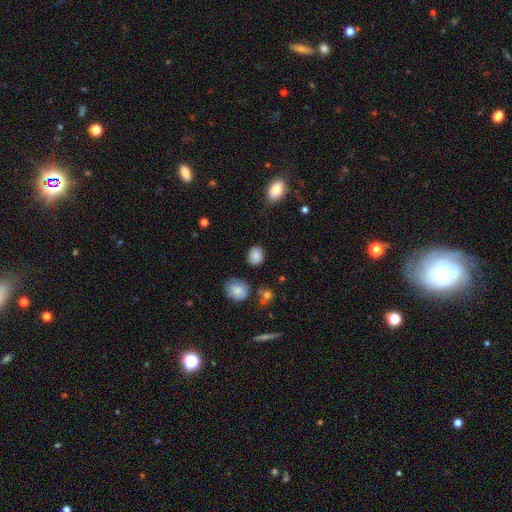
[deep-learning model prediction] smooth_or_featured: smooth (p=0.81) [alt: star or artifact p=0.10]
how_rounded: round (p=0.61) [alt: in between p=0.38]
merging: none (p=0.76) [alt: minor disturbance p=0.17]